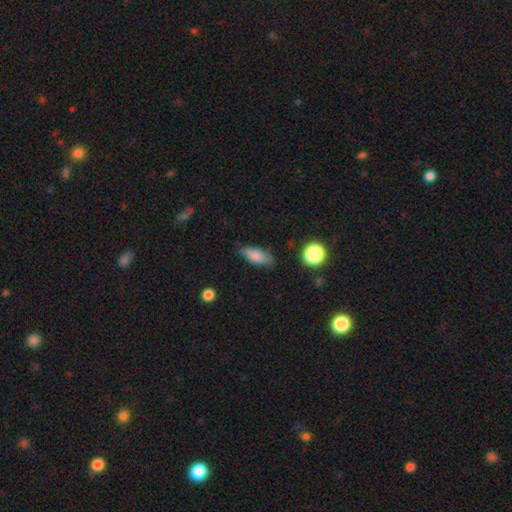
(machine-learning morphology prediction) smooth_or_featured: smooth (p=0.79) [alt: featured or disk p=0.13]
how_rounded: in between (p=0.72) [alt: cigar-shaped p=0.24]
merging: none (p=0.75) [alt: minor disturbance p=0.19]